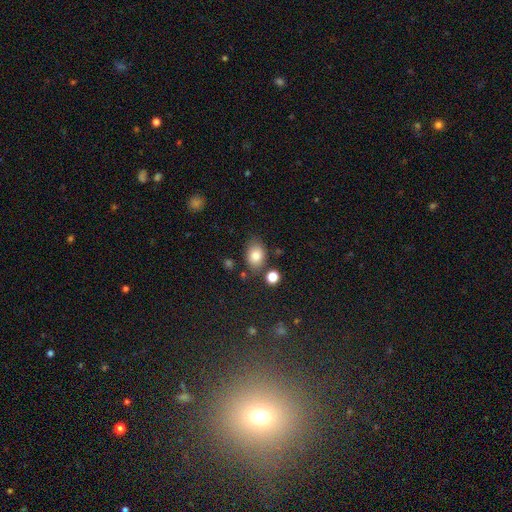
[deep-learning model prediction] Q: Smooth or featured?
A: smooth (83%); runner-up: star or artifact (9%)
Q: How rounded?
A: in between (75%); runner-up: round (24%)
Q: Merging?
A: none (74%); runner-up: minor disturbance (16%)